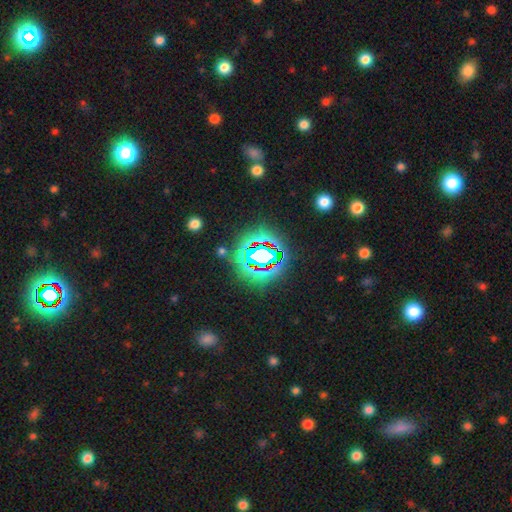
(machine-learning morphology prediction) A star or artifact, not a galaxy (81%).